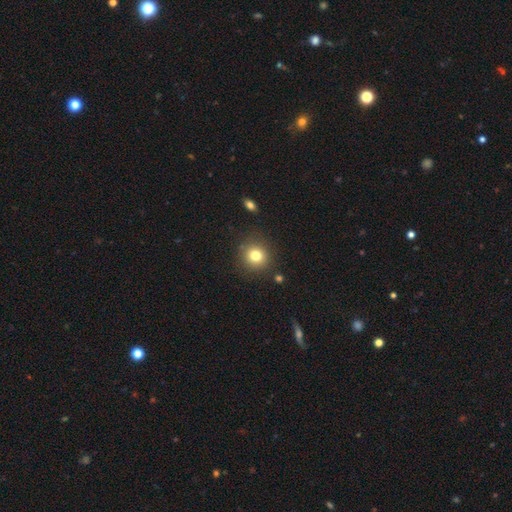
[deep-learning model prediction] smooth-or-featured: smooth: 79% | star or artifact: 13% | featured or disk: 9%
  how-rounded: round: 91% | in between: 8% | cigar-shaped: 1%
  merging: none: 87% | minor disturbance: 8% | major disturbance: 3% | merger: 2%